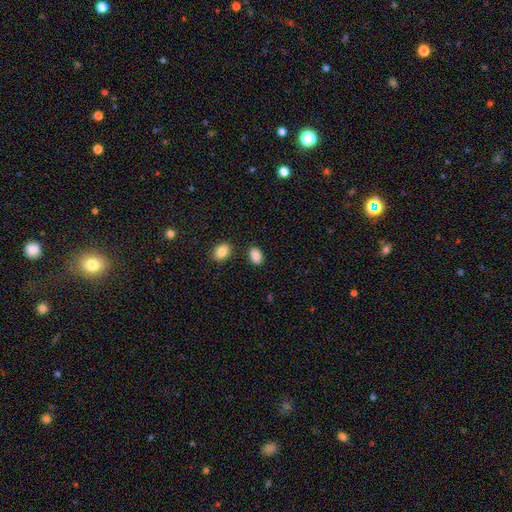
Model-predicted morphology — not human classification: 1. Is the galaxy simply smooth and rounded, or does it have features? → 88% smooth, 8% star or artifact, 3% featured or disk.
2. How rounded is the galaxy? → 85% in between, 14% round, 1% cigar-shaped.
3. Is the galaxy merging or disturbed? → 82% none, 11% minor disturbance, 5% merger, 3% major disturbance.